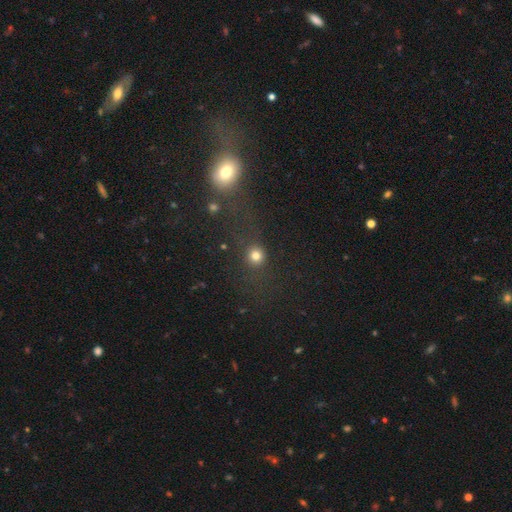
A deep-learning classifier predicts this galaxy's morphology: A smooth galaxy with no disk features (77%) that is round (86%).

Vote fractions:
- Smooth or featured? smooth: 77% / star or artifact: 16% / featured or disk: 7%
- How rounded? round: 86% / in between: 12% / cigar-shaped: 2%
- Merging? none: 74% / minor disturbance: 10% / major disturbance: 9% / merger: 7%